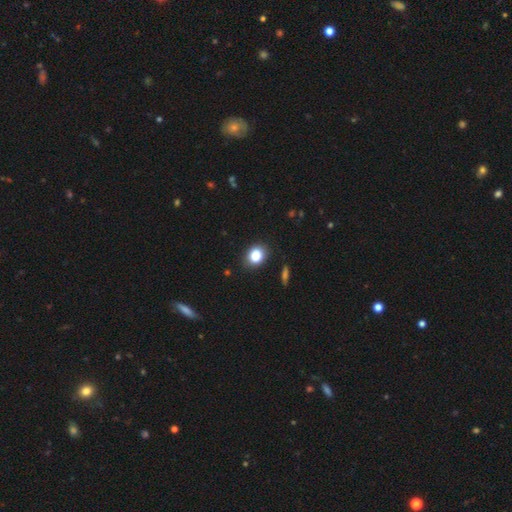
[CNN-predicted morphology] smooth 84%, star or artifact 11%, featured or disk 5%. Down the decision tree: how rounded — round (56%); merging — none (86%).